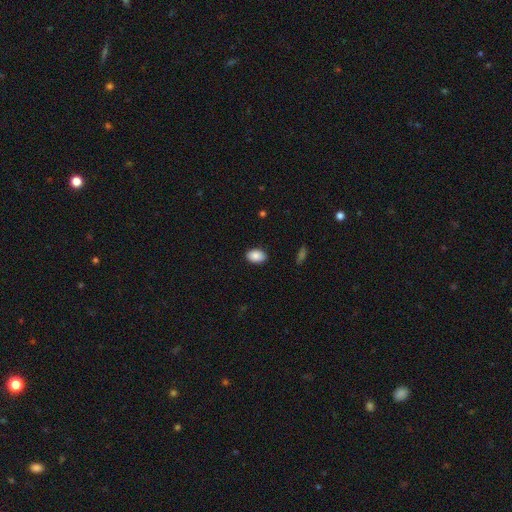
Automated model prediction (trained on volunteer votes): This is clearly a smooth galaxy (89%). How rounded: clearly in between (87%). Merging: clearly none (87%).